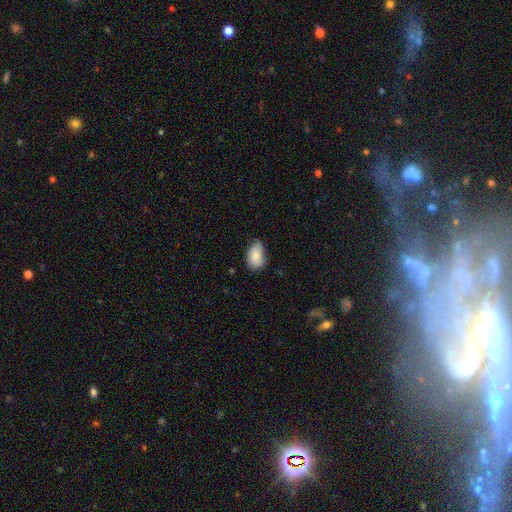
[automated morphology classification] type=smooth (84%); roundness=in between (89%); merging=none (60%).